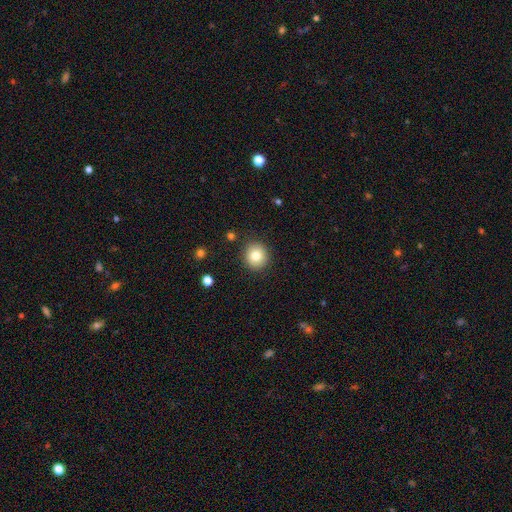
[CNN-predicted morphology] smooth-or-featured: smooth: 80% | featured or disk: 10% | star or artifact: 10%
  how-rounded: round: 89% | in between: 10% | cigar-shaped: 1%
  merging: none: 90% | minor disturbance: 7% | major disturbance: 2% | merger: 1%